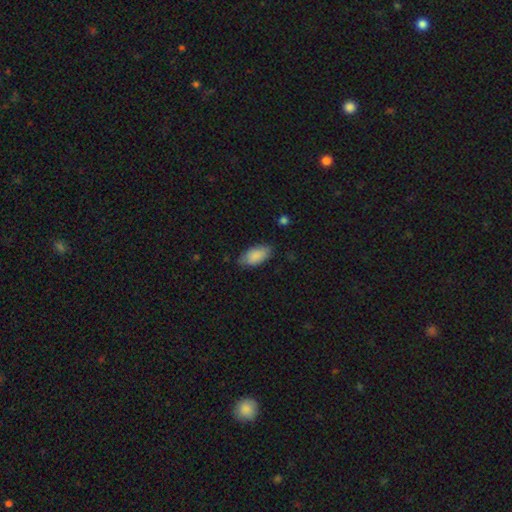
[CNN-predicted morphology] A smooth galaxy with no disk features (86%) that is in between round and cigar-shaped (93%).

Vote fractions:
- Smooth or featured? smooth: 86% / featured or disk: 8% / star or artifact: 6%
- How rounded? in between: 93% / cigar-shaped: 5% / round: 2%
- Merging? none: 73% / minor disturbance: 22% / major disturbance: 4% / merger: 1%